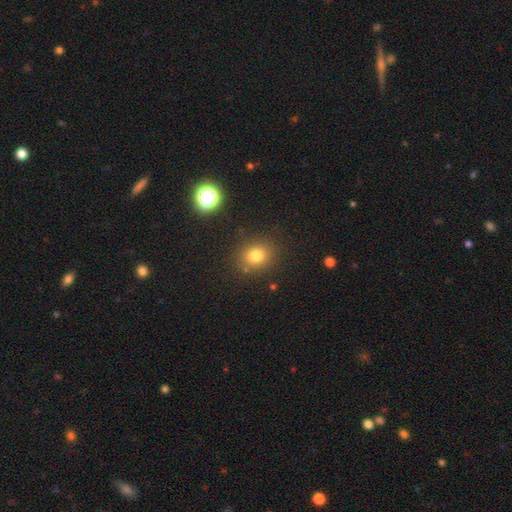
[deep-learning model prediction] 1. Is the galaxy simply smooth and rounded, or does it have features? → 78% smooth, 15% star or artifact, 8% featured or disk.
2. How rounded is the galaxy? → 64% round, 35% in between, 1% cigar-shaped.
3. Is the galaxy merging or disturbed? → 83% none, 10% minor disturbance, 4% major disturbance, 3% merger.